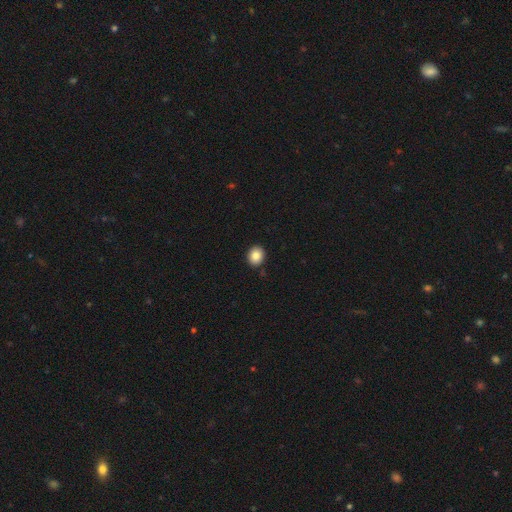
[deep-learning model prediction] A smooth galaxy with no disk features (86%) that is round (75%).

Vote fractions:
- Smooth or featured? smooth: 86% / star or artifact: 9% / featured or disk: 5%
- How rounded? round: 75% / in between: 24% / cigar-shaped: 1%
- Merging? none: 91% / minor disturbance: 6% / major disturbance: 2% / merger: 2%